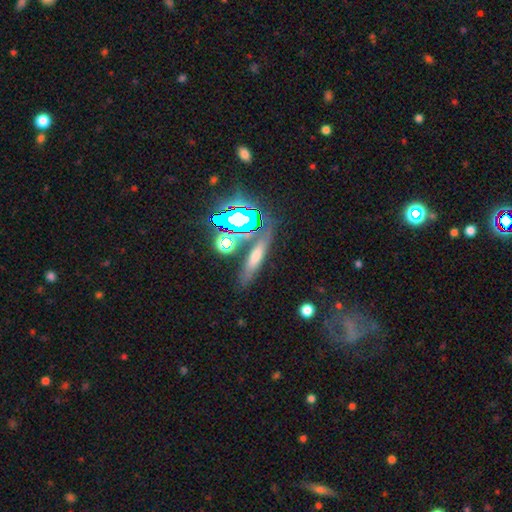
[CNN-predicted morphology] smooth 49%, star or artifact 27%, featured or disk 23%. Down the decision tree: merging — none (75%).